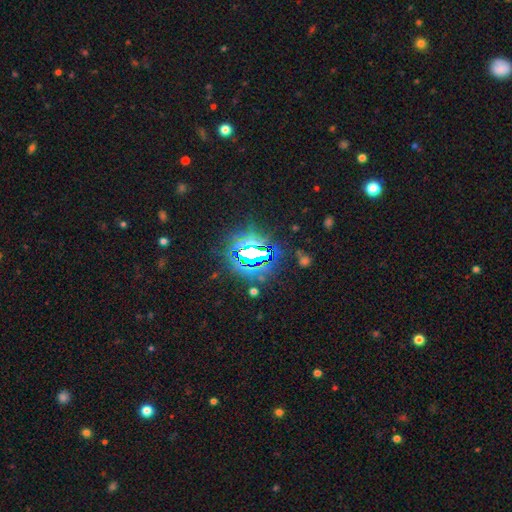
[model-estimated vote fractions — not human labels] Smooth or featured: star or artifact — 79% (smooth — 11%)